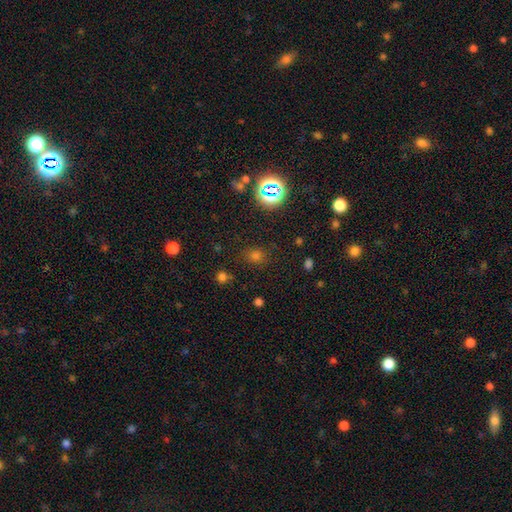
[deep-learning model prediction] smooth_or_featured: smooth (p=0.58) [alt: star or artifact p=0.36]
how_rounded: round (p=0.77) [alt: in between p=0.22]
merging: none (p=0.84) [alt: minor disturbance p=0.10]